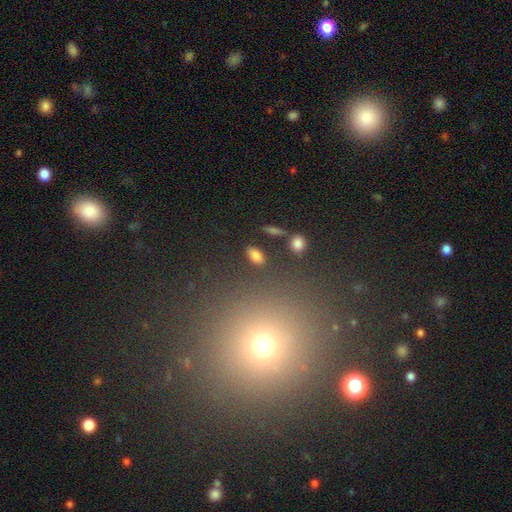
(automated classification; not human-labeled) Smooth or featured: smooth — 82% (star or artifact — 10%)
How rounded: in between — 86% (cigar-shaped — 8%)
Merging: none — 84% (minor disturbance — 9%)